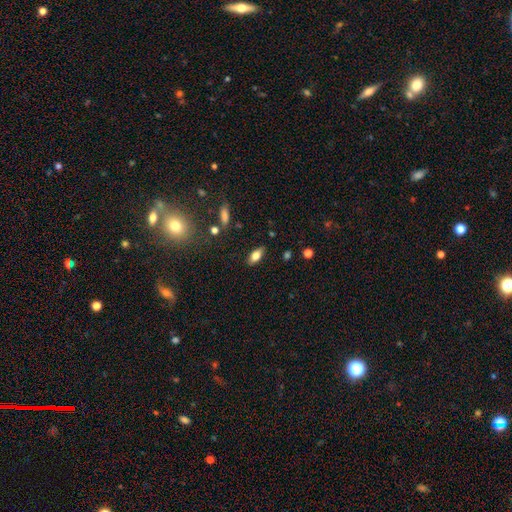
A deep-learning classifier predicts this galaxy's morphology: type=smooth (73%); roundness=in between (84%); merging=none (84%).